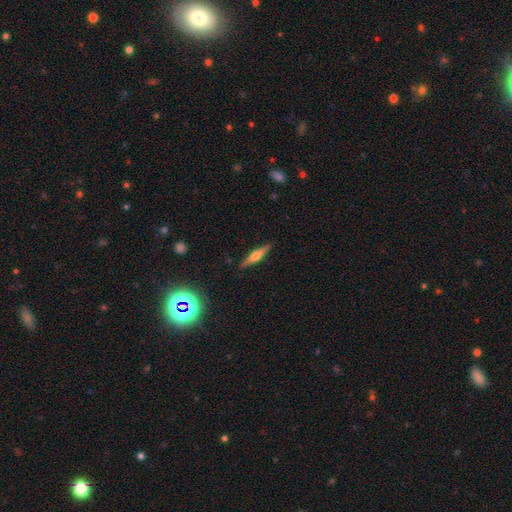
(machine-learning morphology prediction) Smooth or featured?
  - featured or disk: 57% *
  - smooth: 35%
  - star or artifact: 7%
Edge-on disk?
  - yes: 96% *
  - no: 4%
Edge-on bulge?
  - rounded: 85% *
  - boxy: 11%
  - none: 5%
Merging?
  - none: 89% *
  - minor disturbance: 8%
  - major disturbance: 2%
  - merger: 1%